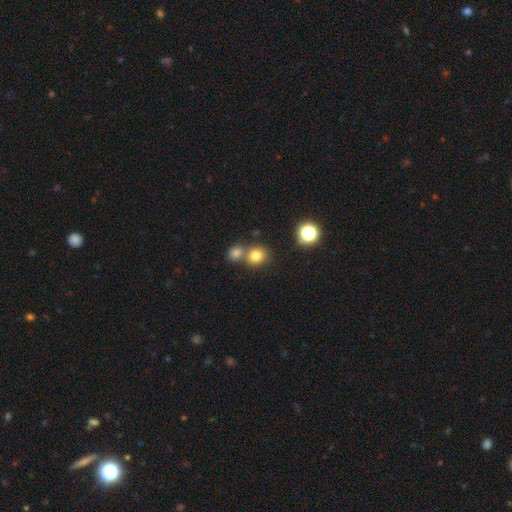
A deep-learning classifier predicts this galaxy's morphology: Smooth or featured? smooth (78%)
How rounded? round (81%)
Merging? none (54%)